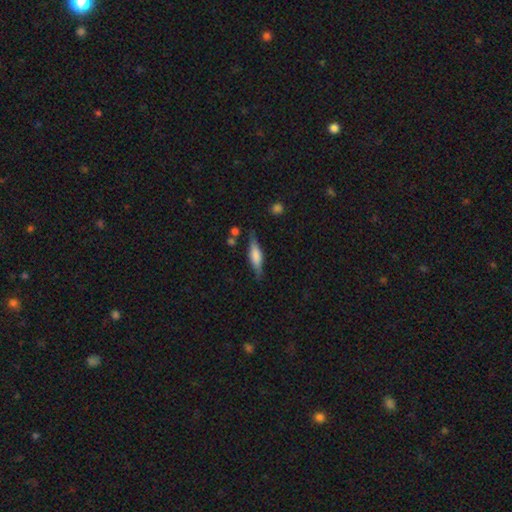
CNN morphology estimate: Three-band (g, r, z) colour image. It shows a featured or disk galaxy (48%). Merging: none (79%).